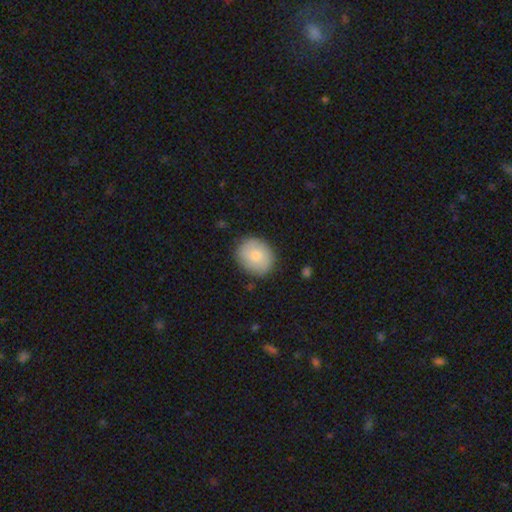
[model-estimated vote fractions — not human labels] A smooth galaxy with no disk features (71%) that is round (68%).

Vote fractions:
- Smooth or featured? smooth: 71% / featured or disk: 22% / star or artifact: 6%
- How rounded? round: 68% / in between: 31% / cigar-shaped: 1%
- Merging? none: 84% / minor disturbance: 12% / major disturbance: 3% / merger: 1%